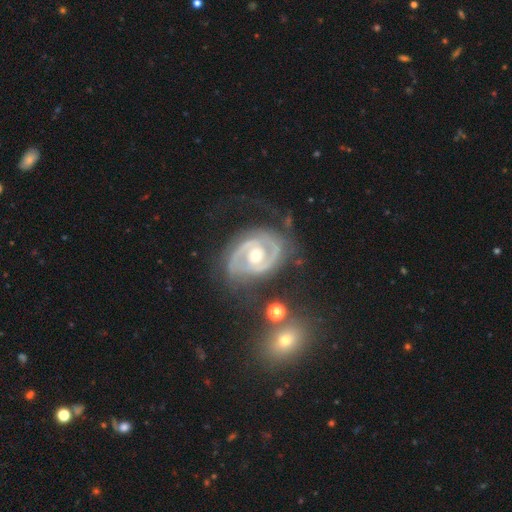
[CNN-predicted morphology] smooth-or-featured: featured or disk: 92% | star or artifact: 4% | smooth: 4%
  disk-edge-on: no: 98% | yes: 2%
    bar: no: 45% | weak: 36% | strong: 20%
    has-spiral-arms: yes: 97% | no: 3%
      spiral-winding: tight: 56% | medium: 37% | loose: 6%
      spiral-arm-count: 2: 87% | 3: 5% | can't tell: 4% | 1: 2% | 4: 1% | more than 4: 1%
    bulge-size: moderate: 63% | small: 33% | large: 3% | none: 1% | dominant: 1%
  merging: none: 67% | minor disturbance: 20% | major disturbance: 10% | merger: 4%